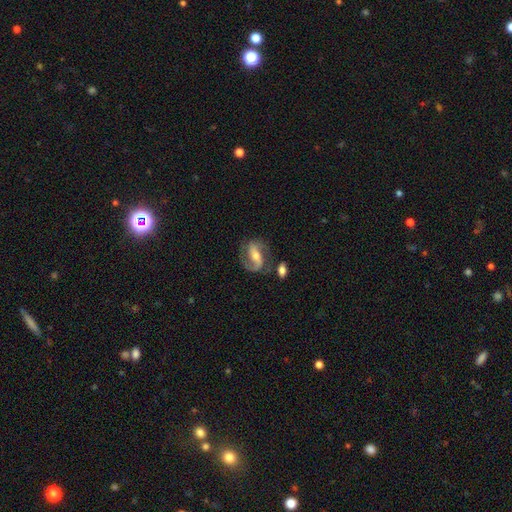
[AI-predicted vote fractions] This is clearly a featured or disk galaxy (85%). It is clearly not viewed edge-on (96%). Bar: marginally strong (44%). Spiral arm pattern: clearly yes (95%). Spiral arm count: clearly 2 (88%). Spiral winding: possibly medium (54%). Central bulge: likely moderate (61%). Merging: likely none (73%).